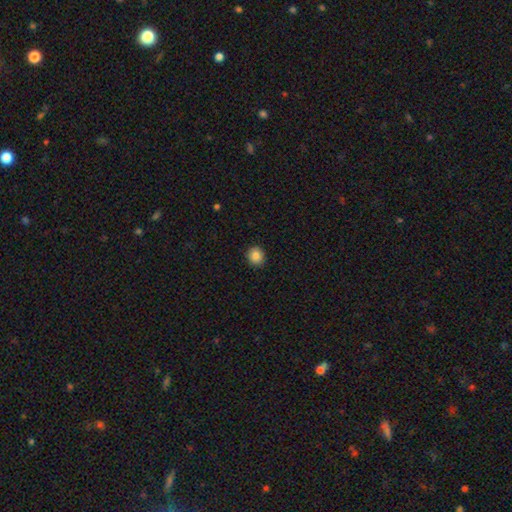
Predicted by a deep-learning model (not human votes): A smooth galaxy with no disk features (86%) that is round (83%).

Vote fractions:
- Smooth or featured? smooth: 86% / star or artifact: 10% / featured or disk: 4%
- How rounded? round: 83% / in between: 16% / cigar-shaped: 1%
- Merging? none: 91% / minor disturbance: 6% / major disturbance: 2% / merger: 1%